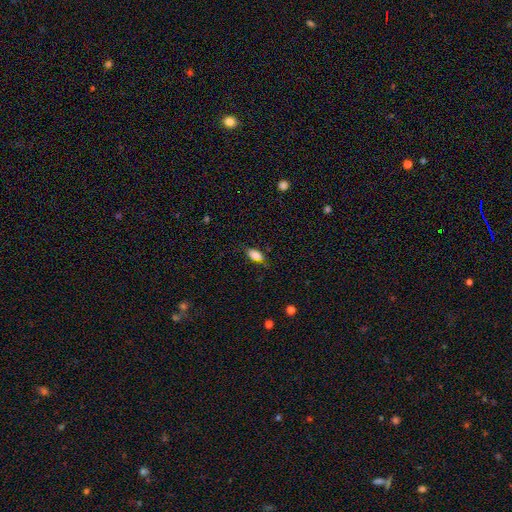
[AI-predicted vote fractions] Smooth or featured? Predicted: smooth (p=0.82). How rounded? Predicted: in between (p=0.86). Merging? Predicted: none (p=0.73).